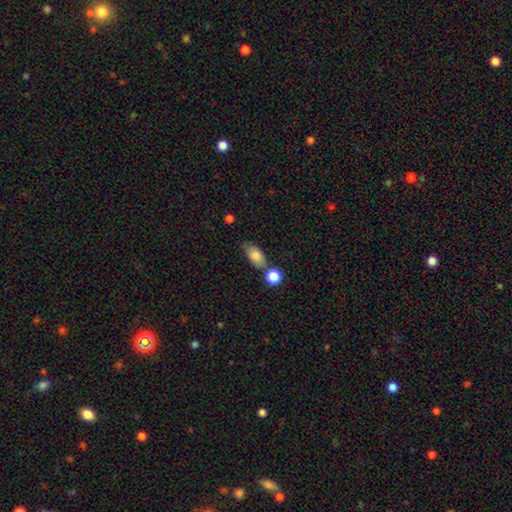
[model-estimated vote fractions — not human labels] Smooth or featured? smooth (81%)
How rounded? in between (87%)
Merging? none (61%)